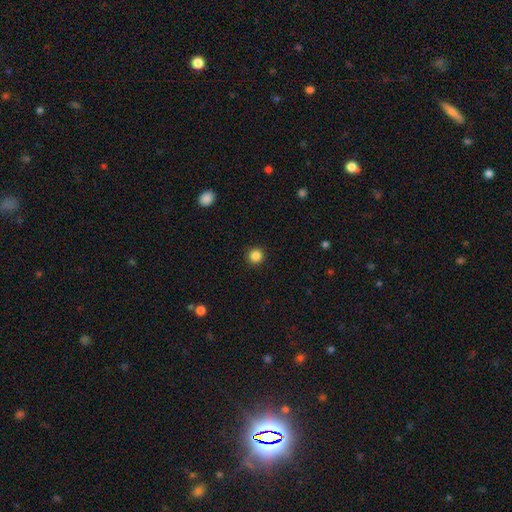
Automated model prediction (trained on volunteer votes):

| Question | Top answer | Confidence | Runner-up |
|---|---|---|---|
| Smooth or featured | smooth | 86% | star or artifact (11%) |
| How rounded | round | 95% | in between (4%) |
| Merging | none | 93% | minor disturbance (5%) |